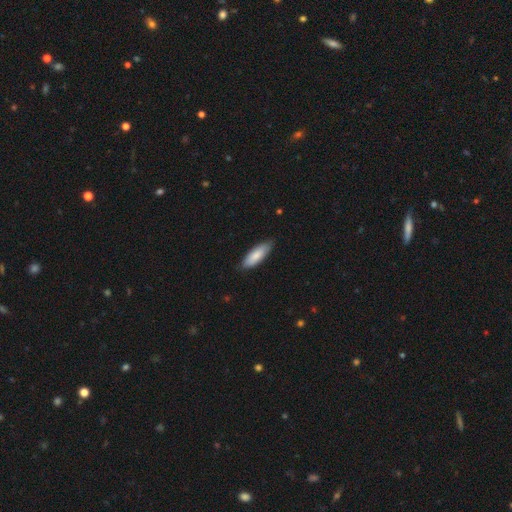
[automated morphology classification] type=smooth (83%); roundness=in between (61%); merging=none (81%).